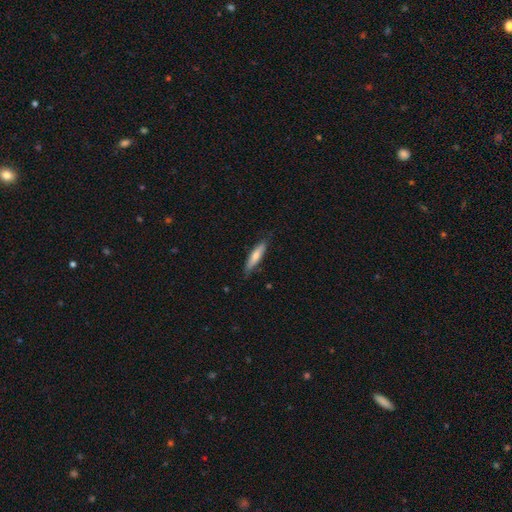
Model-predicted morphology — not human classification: The model was most divided on "smooth or featured": smooth: 68%, featured or disk: 27%, star or artifact: 6%. More confident: merging — none (80%); how rounded — cigar-shaped (76%).